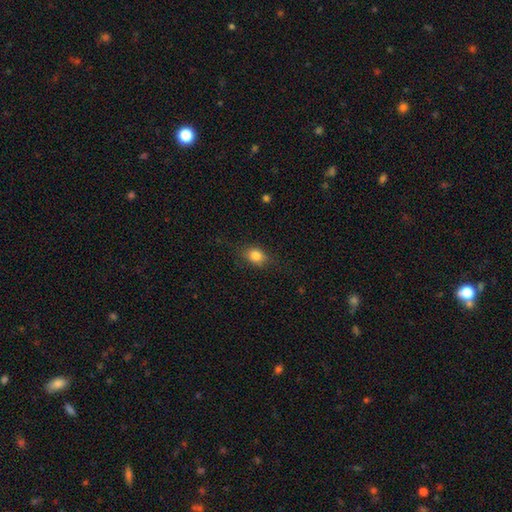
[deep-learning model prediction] Morphology: type=smooth (82%); roundness=in between (57%); merging=none (78%).